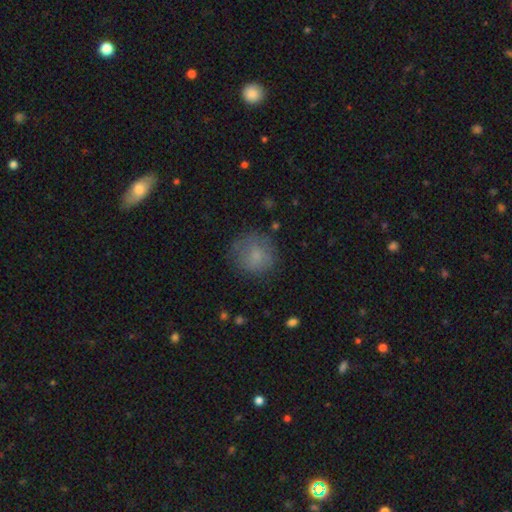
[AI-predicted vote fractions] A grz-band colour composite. It shows a smooth galaxy with no disk features (75%) that is round (87%). Merging: none (72%).